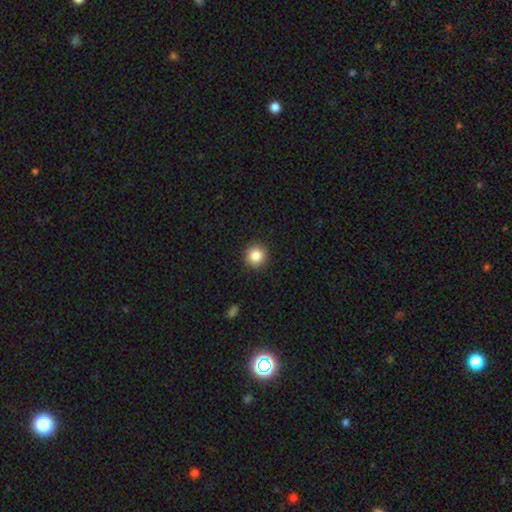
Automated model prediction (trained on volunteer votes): Smooth or featured?
  - smooth: 86% *
  - star or artifact: 10%
  - featured or disk: 5%
How rounded?
  - round: 93% *
  - in between: 6%
  - cigar-shaped: 1%
Merging?
  - none: 91% *
  - minor disturbance: 6%
  - major disturbance: 2%
  - merger: 1%